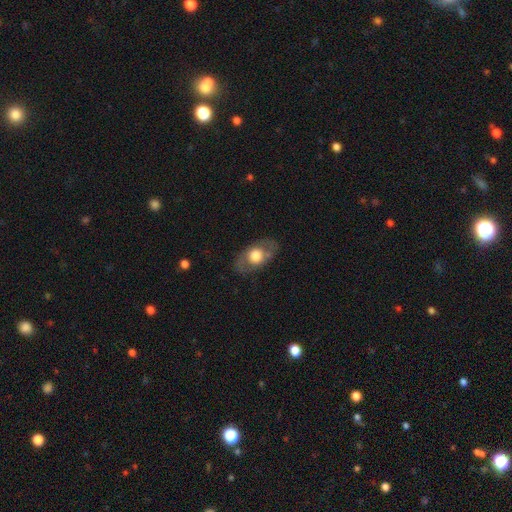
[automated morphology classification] This appears to be a smooth galaxy with no disk features (53%) that is in between round and cigar-shaped (78%). Merging: none (77%).